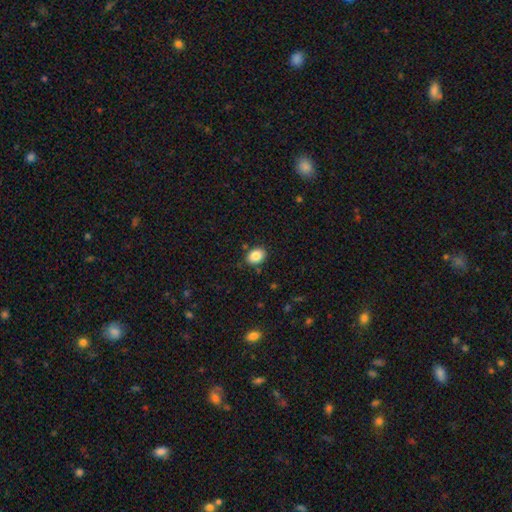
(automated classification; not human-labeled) The model was most divided on "how rounded": in between: 69%, round: 30%, cigar-shaped: 1%. More confident: smooth or featured — smooth (86%); merging — none (85%).